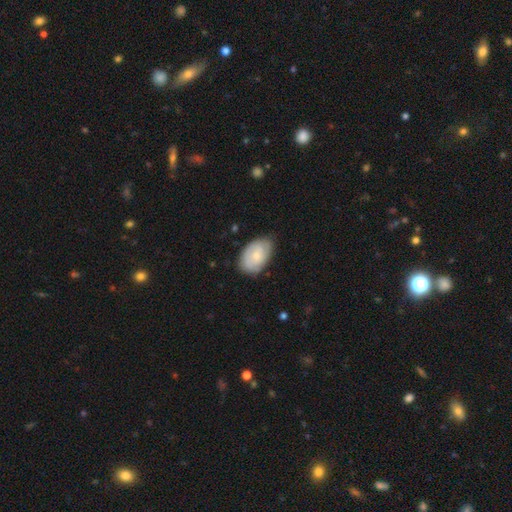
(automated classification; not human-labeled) smooth 61%, featured or disk 33%, star or artifact 6%. Down the decision tree: how rounded — in between (91%); merging — none (72%).